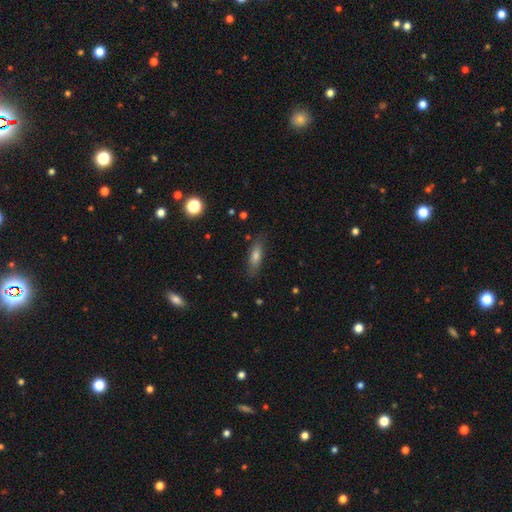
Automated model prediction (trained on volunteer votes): This appears to be a smooth galaxy with no disk features (66%) that is cigar-shaped (53%). Merging: none (82%).